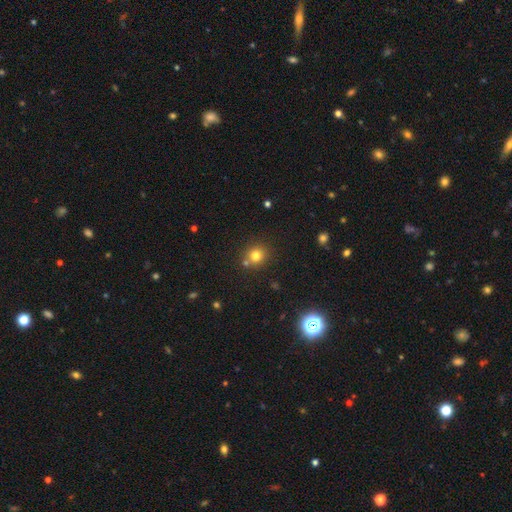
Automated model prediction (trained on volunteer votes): A smooth galaxy with no disk features (78%) that is round (89%).

Vote fractions:
- Smooth or featured? smooth: 78% / star or artifact: 15% / featured or disk: 7%
- How rounded? round: 89% / in between: 10% / cigar-shaped: 1%
- Merging? none: 75% / merger: 14% / minor disturbance: 8% / major disturbance: 3%